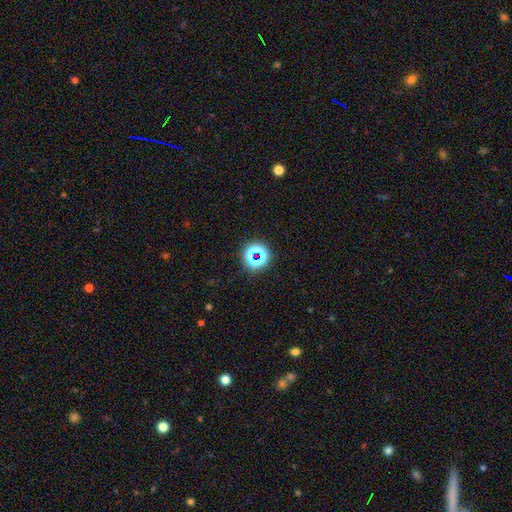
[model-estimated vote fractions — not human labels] smooth-or-featured: star or artifact: 60% | smooth: 29% | featured or disk: 11%